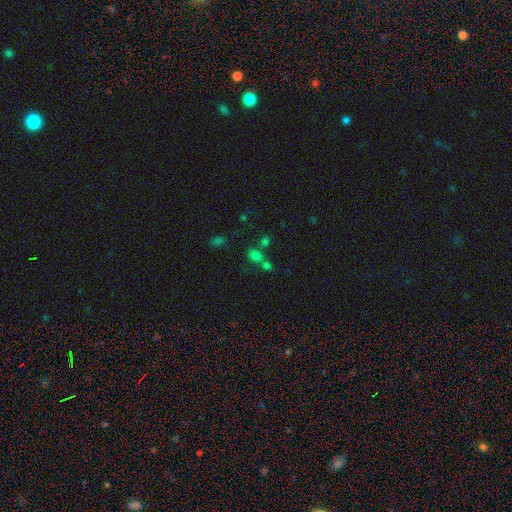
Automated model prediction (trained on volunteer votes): Morphology: type=smooth (63%); roundness=round (49%); merging=none (45%).